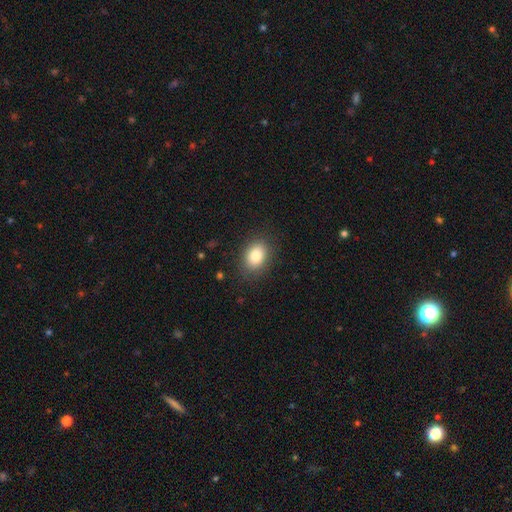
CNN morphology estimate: This appears to be a smooth galaxy with no disk features (83%) that is in between round and cigar-shaped (73%). Merging: none (85%).